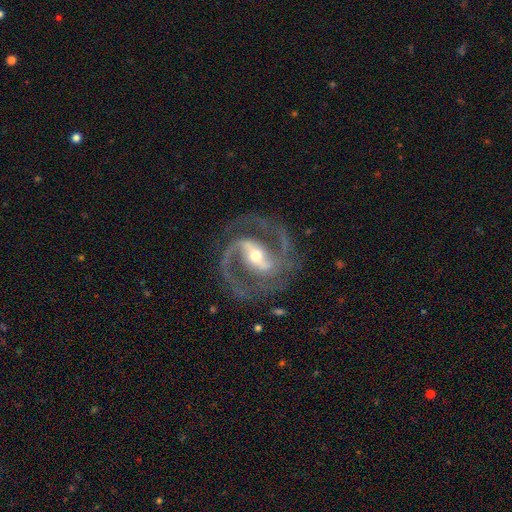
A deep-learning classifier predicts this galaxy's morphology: featured or disk 93%, star or artifact 4%, smooth 3%. Down the decision tree: edge-on disk — no (97%); bar — strong (58%); spiral arms — yes (98%); spiral arm count — 2 (91%); spiral winding — medium (67%); bulge size — moderate (59%); merging — none (81%).